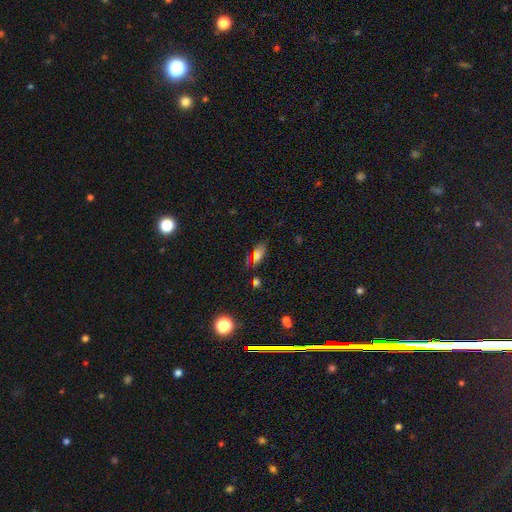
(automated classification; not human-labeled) A smooth galaxy with no disk features (61%) that is in between round and cigar-shaped (82%). Merging: none (69%).